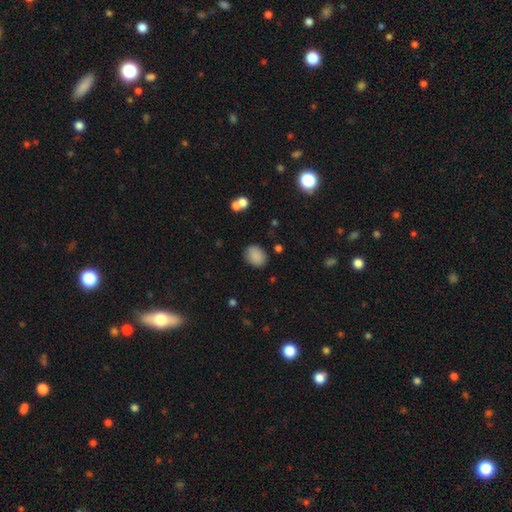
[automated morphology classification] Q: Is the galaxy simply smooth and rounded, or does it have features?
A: smooth — 87%.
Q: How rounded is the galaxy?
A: in between — 63%.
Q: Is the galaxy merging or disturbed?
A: none — 82%.